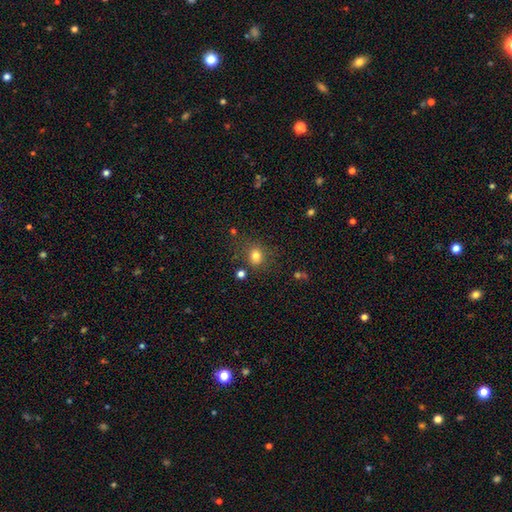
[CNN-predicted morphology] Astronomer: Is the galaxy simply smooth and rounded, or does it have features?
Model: smooth — 78%.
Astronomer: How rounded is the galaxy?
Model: round — 67%.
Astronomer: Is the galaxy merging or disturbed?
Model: none — 75%.